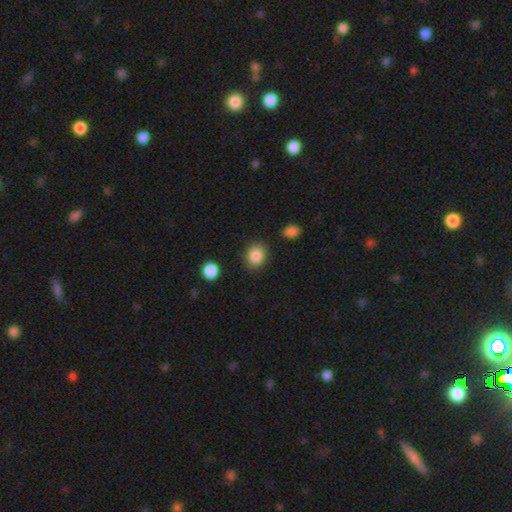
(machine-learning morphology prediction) The model was most divided on "how rounded": round: 67%, in between: 32%, cigar-shaped: 1%. More confident: smooth or featured — smooth (87%); merging — none (84%).